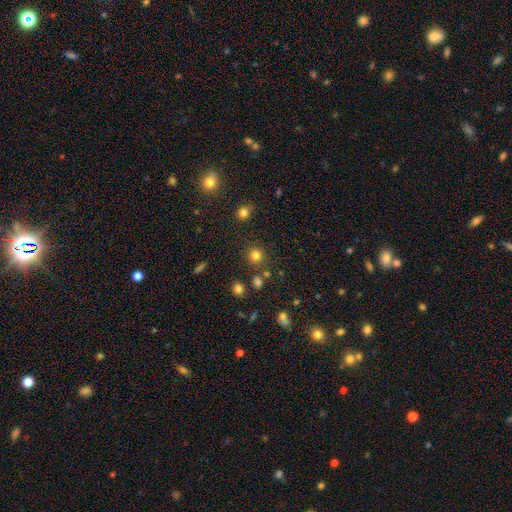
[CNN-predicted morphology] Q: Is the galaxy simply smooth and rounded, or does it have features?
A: smooth — 79%.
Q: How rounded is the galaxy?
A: round — 91%.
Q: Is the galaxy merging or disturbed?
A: none — 83%.